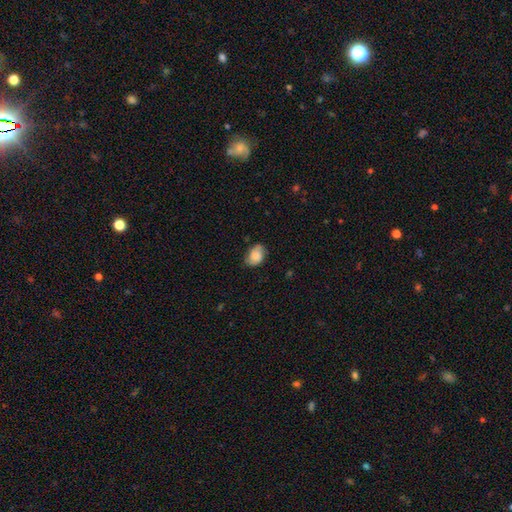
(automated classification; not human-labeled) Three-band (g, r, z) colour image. It shows a smooth galaxy with no disk features (78%) that is in between round and cigar-shaped (77%). Merging: none (65%).